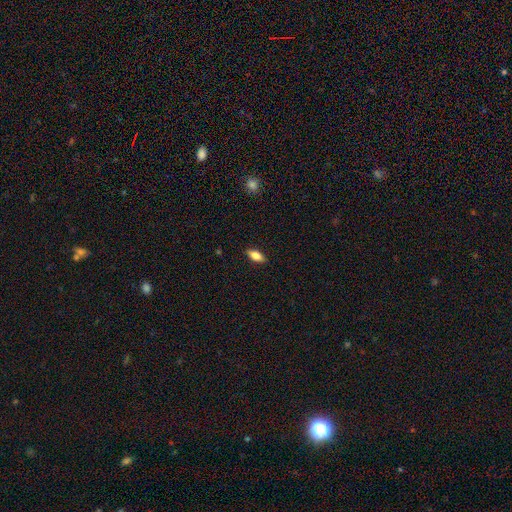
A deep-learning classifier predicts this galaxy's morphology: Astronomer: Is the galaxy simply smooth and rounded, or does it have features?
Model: smooth — 78%.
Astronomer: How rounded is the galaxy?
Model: in between — 84%.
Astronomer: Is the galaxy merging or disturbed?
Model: none — 88%.